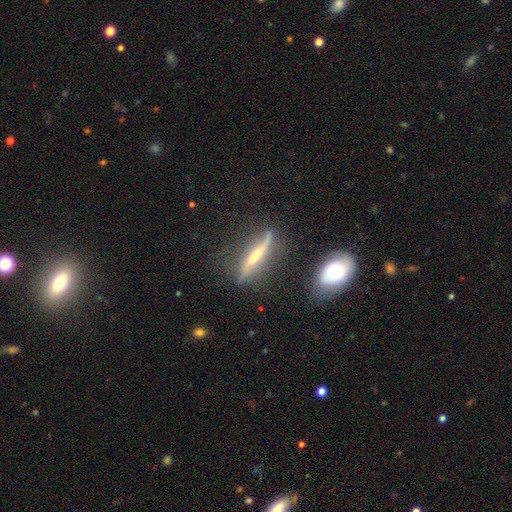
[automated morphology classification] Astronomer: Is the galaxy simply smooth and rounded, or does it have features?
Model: featured or disk — 71%.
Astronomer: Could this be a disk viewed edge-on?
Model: yes — 78%.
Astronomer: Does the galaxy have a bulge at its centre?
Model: rounded — 70%.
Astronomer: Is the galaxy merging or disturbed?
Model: none — 65%.